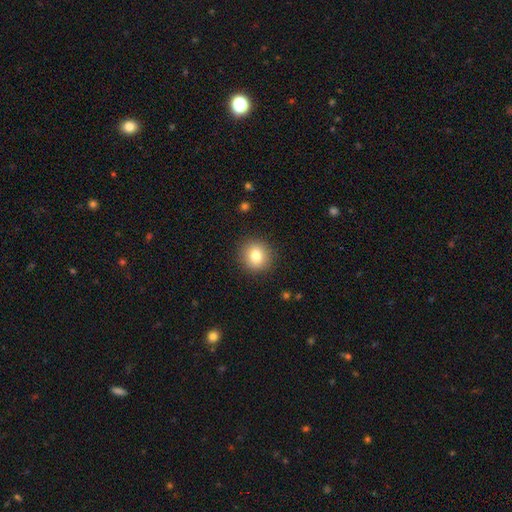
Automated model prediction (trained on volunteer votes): Overall: smooth (80%). How rounded: round (90%). Merging: none (90%).